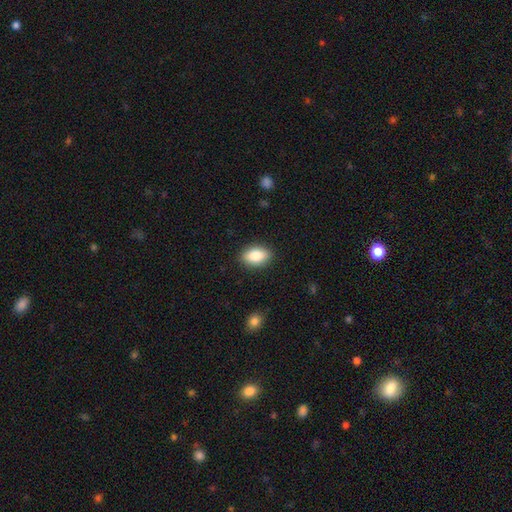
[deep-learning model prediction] Overall: smooth (83%). How rounded: in between (87%). Merging: none (89%).